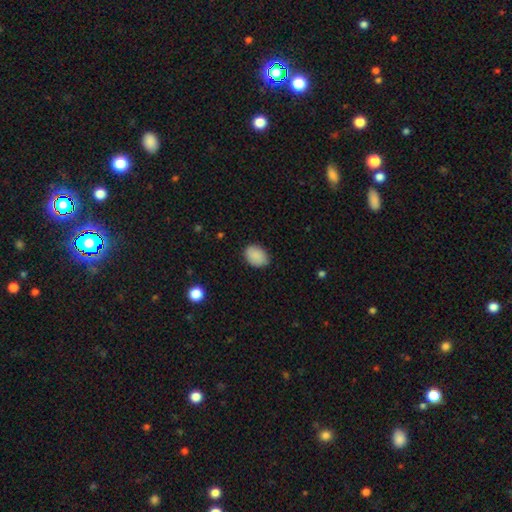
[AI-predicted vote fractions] smooth_or_featured: smooth (p=0.89) [alt: star or artifact p=0.07]
how_rounded: in between (p=0.74) [alt: round p=0.25]
merging: none (p=0.84) [alt: minor disturbance p=0.13]